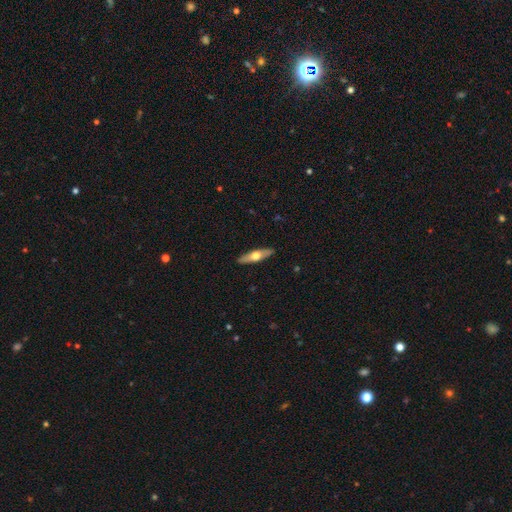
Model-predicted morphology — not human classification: smooth-or-featured: featured or disk: 49% | smooth: 46% | star or artifact: 5%
  merging: none: 90% | minor disturbance: 7% | major disturbance: 1% | merger: 1%